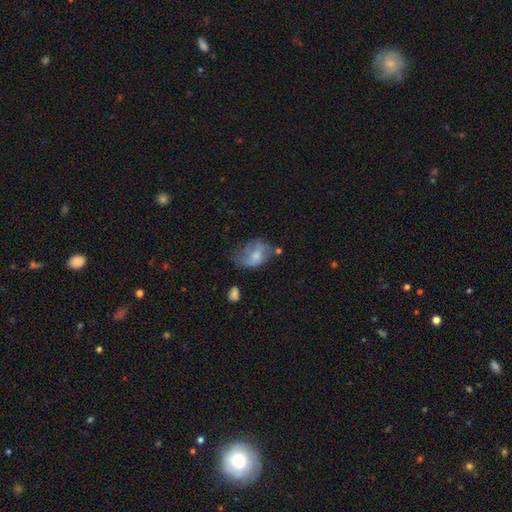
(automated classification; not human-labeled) Q: Smooth or featured?
A: smooth (52%); runner-up: featured or disk (40%)
Q: How rounded?
A: in between (80%); runner-up: round (19%)
Q: Merging?
A: none (37%); runner-up: minor disturbance (32%)